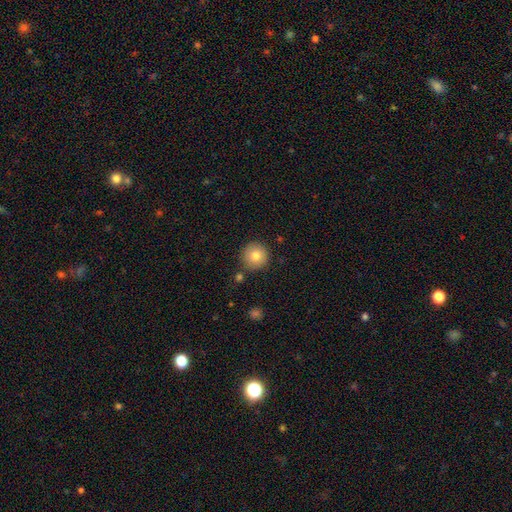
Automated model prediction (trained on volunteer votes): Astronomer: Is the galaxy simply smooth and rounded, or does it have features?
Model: smooth — 82%.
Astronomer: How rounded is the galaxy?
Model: round — 95%.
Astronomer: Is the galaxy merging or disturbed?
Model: none — 85%.